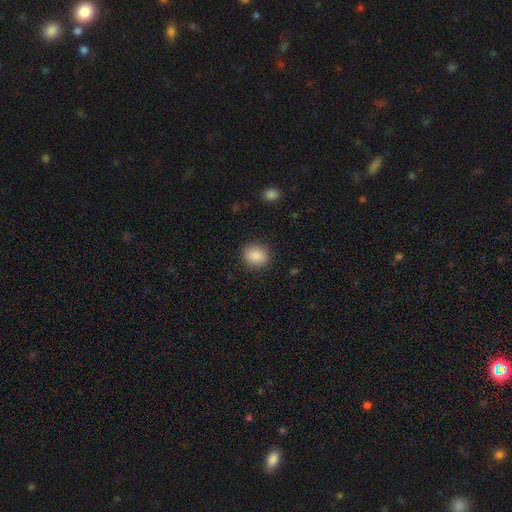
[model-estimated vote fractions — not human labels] Smooth or featured? Predicted: smooth (p=0.86). How rounded? Predicted: round (p=0.73). Merging? Predicted: none (p=0.89).